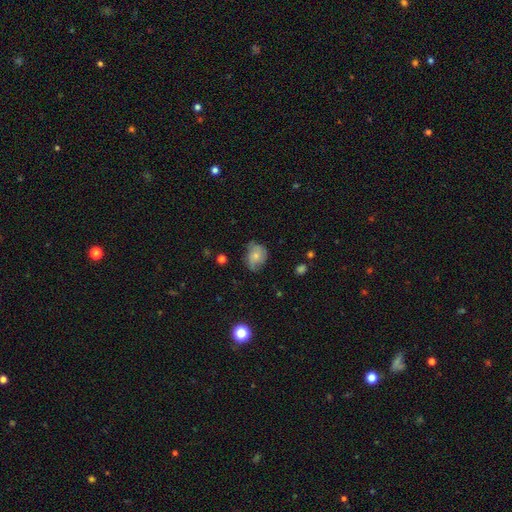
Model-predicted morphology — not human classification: This appears to be a smooth galaxy with no disk features (56%) that is in between round and cigar-shaped (53%). Merging: none (56%).